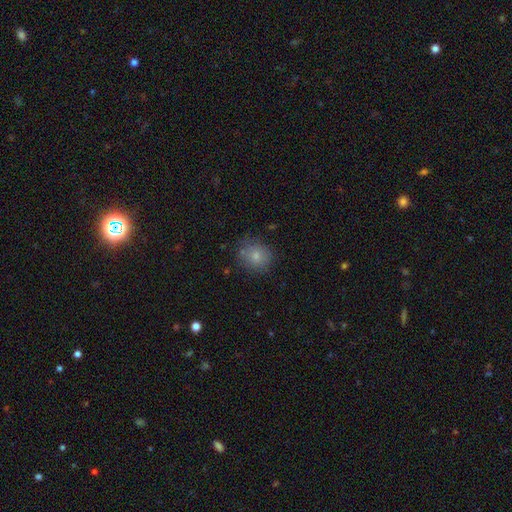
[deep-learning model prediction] Smooth or featured? smooth (79%)
How rounded? round (79%)
Merging? none (75%)